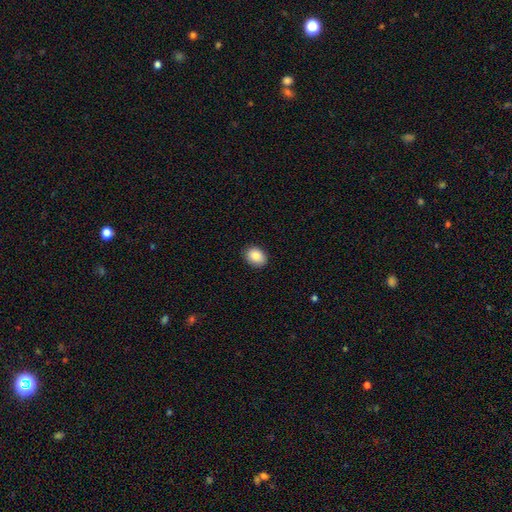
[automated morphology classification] Overall: smooth (87%). How rounded: in between (63%; round 37%). Merging: none (87%).